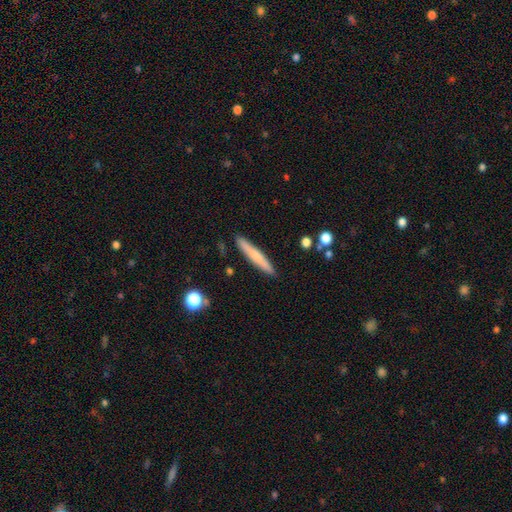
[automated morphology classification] Smooth or featured? smooth (64%)
How rounded? cigar-shaped (93%)
Merging? none (90%)